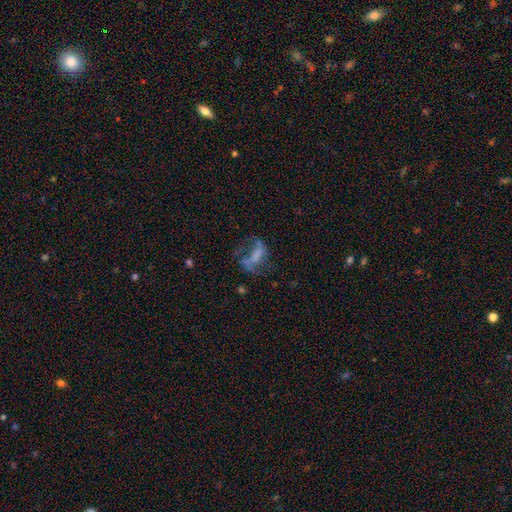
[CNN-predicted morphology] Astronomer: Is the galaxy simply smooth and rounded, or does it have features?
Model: featured or disk — 52% (runner-up: smooth, 32%).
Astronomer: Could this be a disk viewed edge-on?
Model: no — 94%.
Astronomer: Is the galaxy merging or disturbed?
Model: major disturbance — 45% (runner-up: none, 32%).